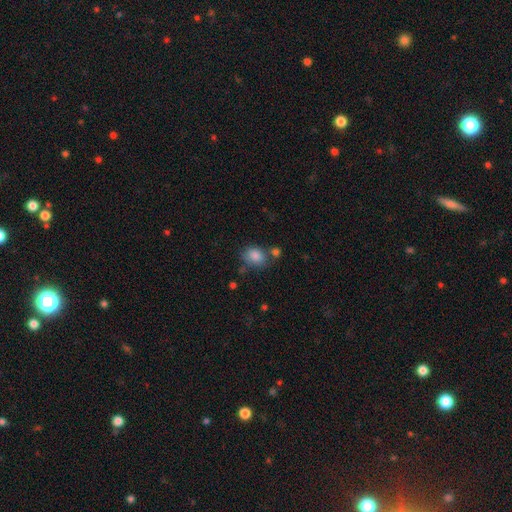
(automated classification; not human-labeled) Smooth or featured? smooth (84%)
How rounded? in between (66%)
Merging? none (59%)